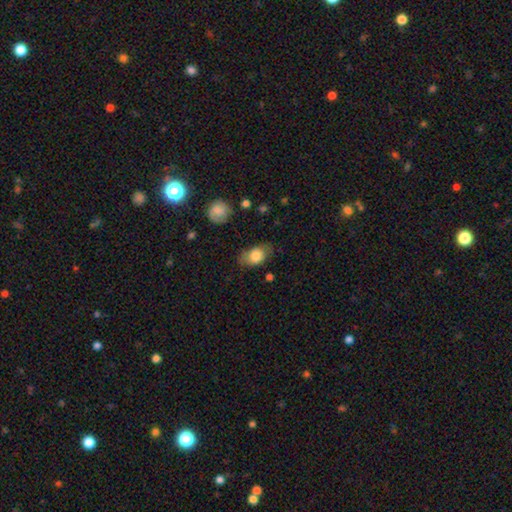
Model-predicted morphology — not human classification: type=smooth (78%); roundness=in between (80%); merging=none (67%).